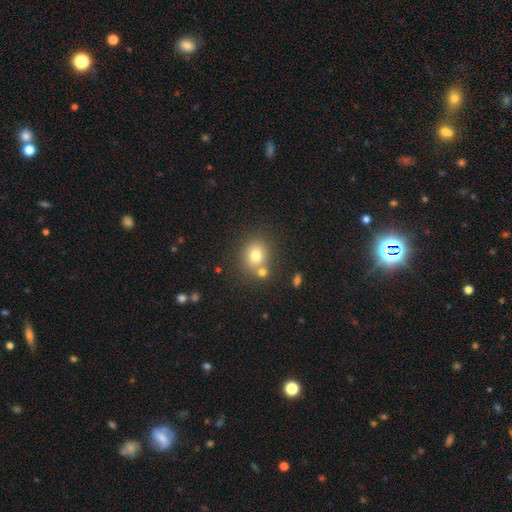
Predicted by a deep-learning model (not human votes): This appears to be a smooth galaxy with no disk features (75%) that is round (78%). Merging: none (68%).